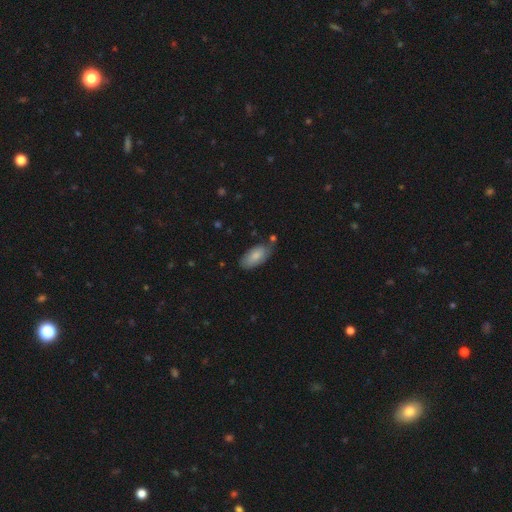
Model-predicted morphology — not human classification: smooth_or_featured: smooth (p=0.79) [alt: featured or disk p=0.15]
how_rounded: in between (p=0.91) [alt: cigar-shaped p=0.07]
merging: none (p=0.64) [alt: minor disturbance p=0.25]